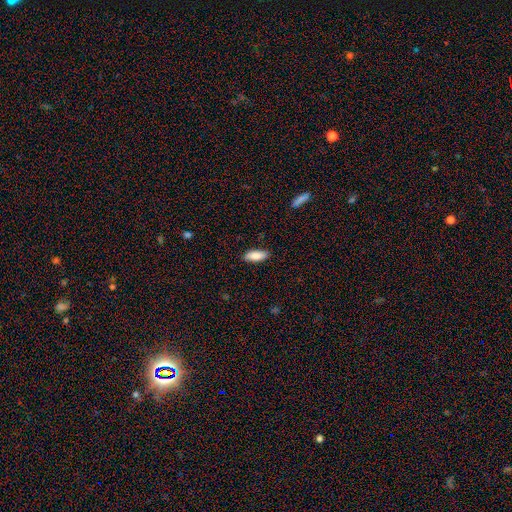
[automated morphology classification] A smooth galaxy with no disk features (87%) that is in between round and cigar-shaped (76%). Merging: none (87%).